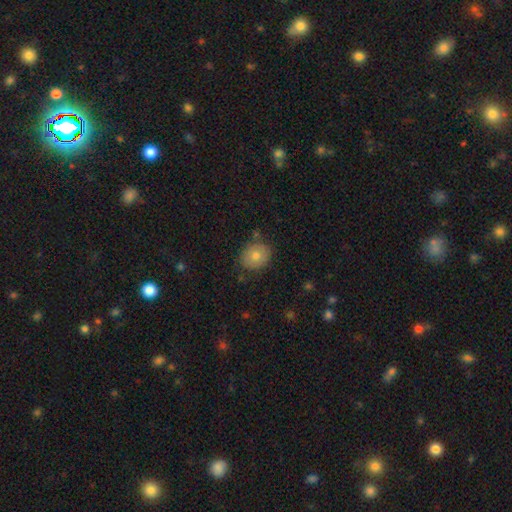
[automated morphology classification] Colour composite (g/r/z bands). It shows a smooth galaxy with no disk features (76%) that is round (64%). Merging: none (82%).